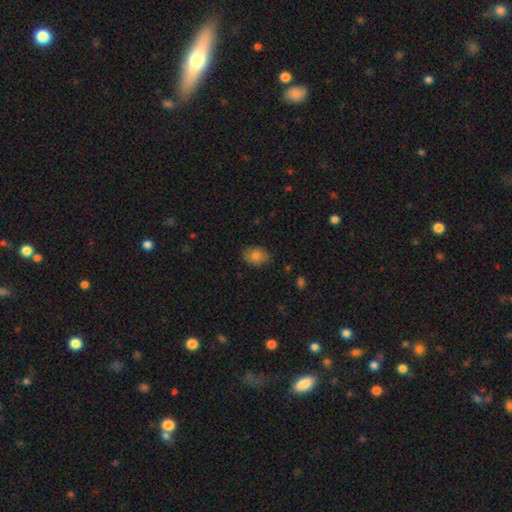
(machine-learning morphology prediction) A smooth galaxy with no disk features (80%) that is in between round and cigar-shaped (72%). Merging: none (82%).